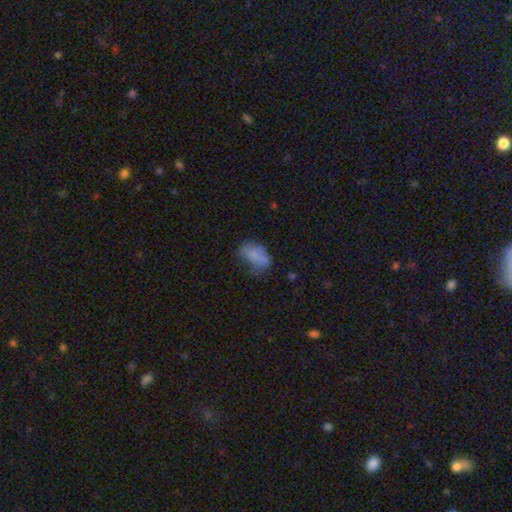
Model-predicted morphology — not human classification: Overall: smooth (68%). How rounded: in between (86%). Merging: none (39%; minor disturbance 29%).